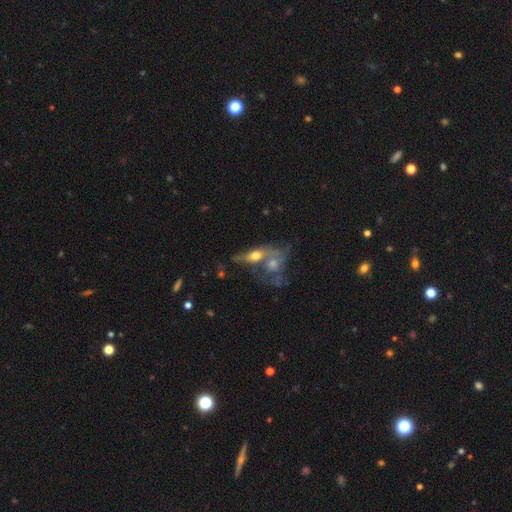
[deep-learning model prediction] Smooth or featured: featured or disk — 57% (smooth — 35%)
Edge-on disk: no — 55% (yes — 45%)
Merging: merger — 59% (none — 22%)